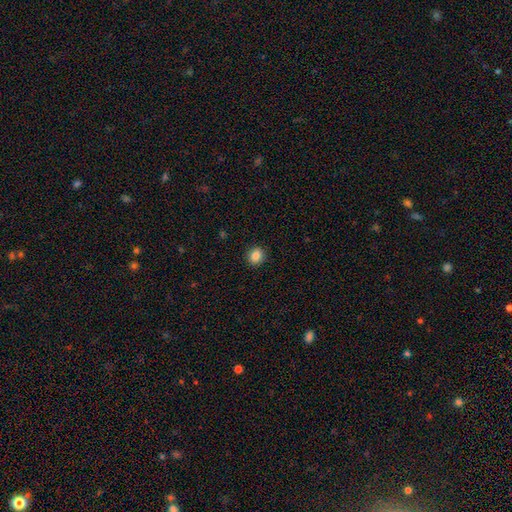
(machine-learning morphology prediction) This appears to be a smooth galaxy with no disk features (86%) that is round (78%). Merging: none (91%).